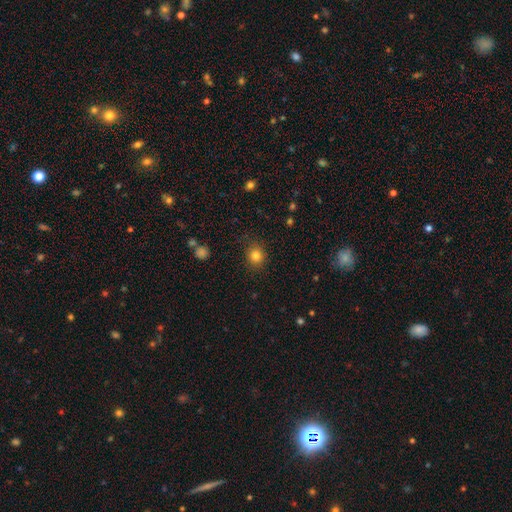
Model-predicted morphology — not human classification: Smooth or featured: smooth — 83% (star or artifact — 12%)
How rounded: round — 83% (in between — 16%)
Merging: none — 87% (minor disturbance — 9%)